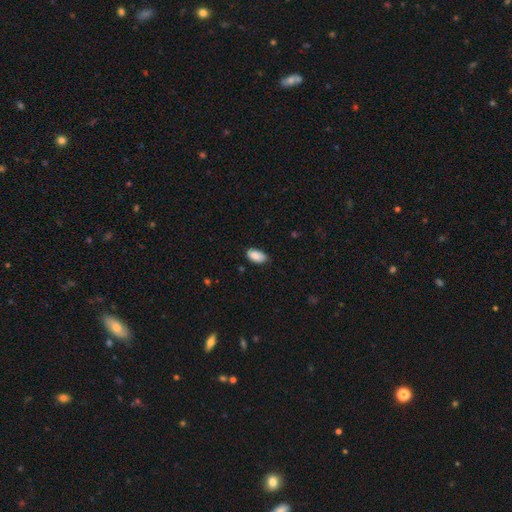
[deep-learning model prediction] smooth-or-featured: smooth: 89% | star or artifact: 7% | featured or disk: 4%
  how-rounded: in between: 94% | round: 3% | cigar-shaped: 3%
  merging: none: 79% | minor disturbance: 18% | major disturbance: 2% | merger: 1%